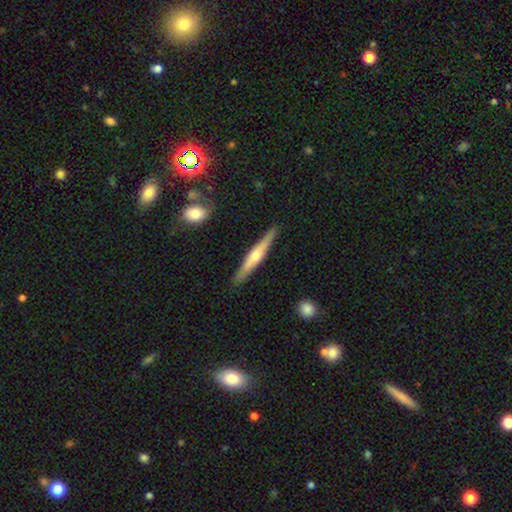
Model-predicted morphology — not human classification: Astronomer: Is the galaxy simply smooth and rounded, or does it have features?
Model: featured or disk — 62%.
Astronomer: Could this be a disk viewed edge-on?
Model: yes — 96%.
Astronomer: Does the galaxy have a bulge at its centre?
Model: rounded — 87%.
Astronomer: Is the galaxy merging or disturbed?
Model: none — 90%.